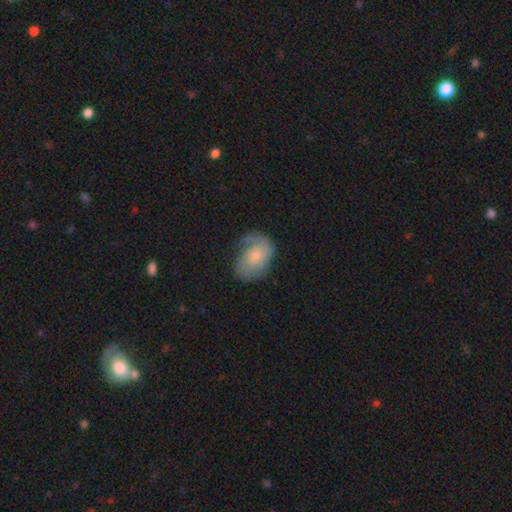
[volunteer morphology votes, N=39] smooth_or_featured: smooth (p=0.54) [alt: featured or disk p=0.38]
how_rounded: in between (p=0.76) [alt: round p=0.19]
merging: minor disturbance (p=0.42) [alt: none p=0.31]